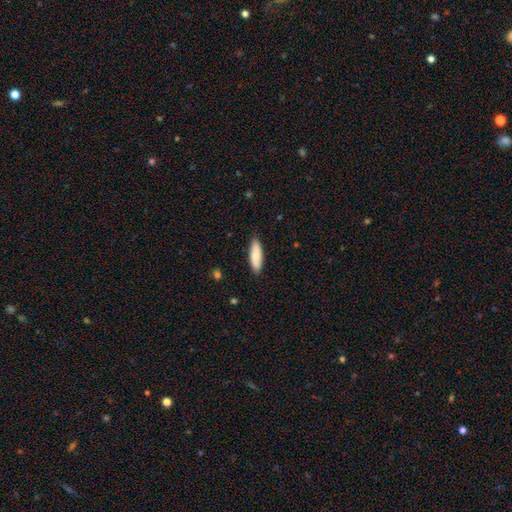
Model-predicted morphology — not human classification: Overall: smooth (83%). How rounded: in between (52%; cigar-shaped 47%). Merging: none (86%).